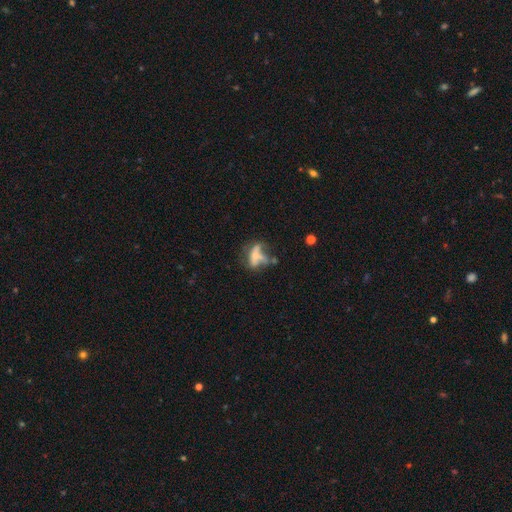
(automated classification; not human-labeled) Smooth or featured? featured or disk (51%)
Edge-on disk? no (84%)
Merging? major disturbance (29%)